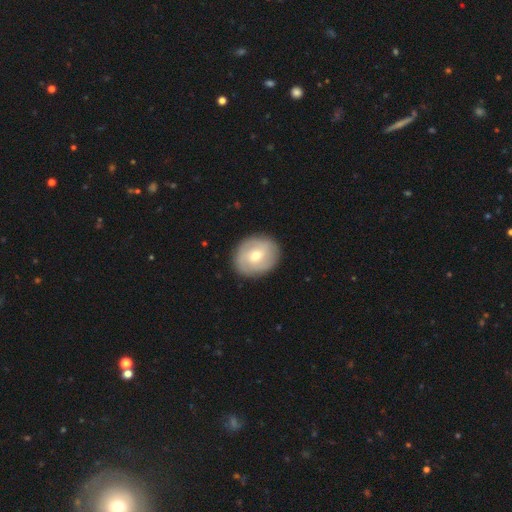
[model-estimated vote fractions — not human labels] This appears to be a smooth galaxy with no disk features (48%). Merging: none (88%).